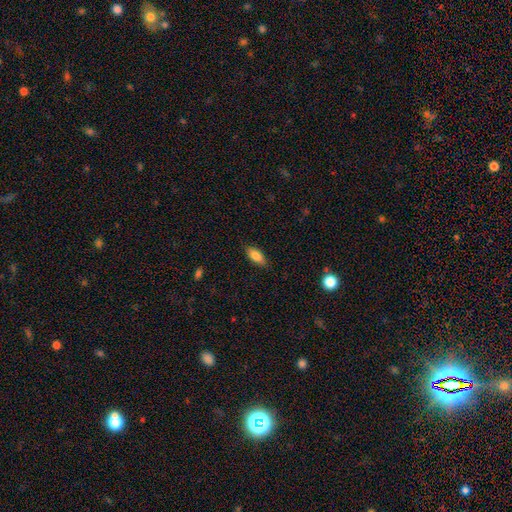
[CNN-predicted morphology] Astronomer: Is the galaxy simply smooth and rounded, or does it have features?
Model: smooth — 82%.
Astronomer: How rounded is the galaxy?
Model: in between — 82%.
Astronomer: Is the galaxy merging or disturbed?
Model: none — 85%.